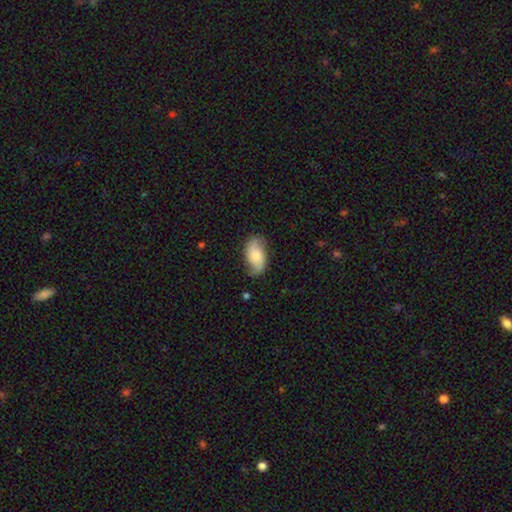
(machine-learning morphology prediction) smooth_or_featured: featured or disk (p=0.60) [alt: smooth p=0.33]
disk_edge_on: no (p=0.96) [alt: yes p=0.04]
bar: no (p=0.66) [alt: weak p=0.28]
has_spiral_arms: yes (p=0.92) [alt: no p=0.08]
spiral_winding: loose (p=0.54) [alt: medium p=0.32]
spiral_arm_count: 2 (p=0.87) [alt: can't tell p=0.05]
bulge_size: moderate (p=0.43) [alt: small p=0.38]
merging: none (p=0.71) [alt: minor disturbance p=0.20]